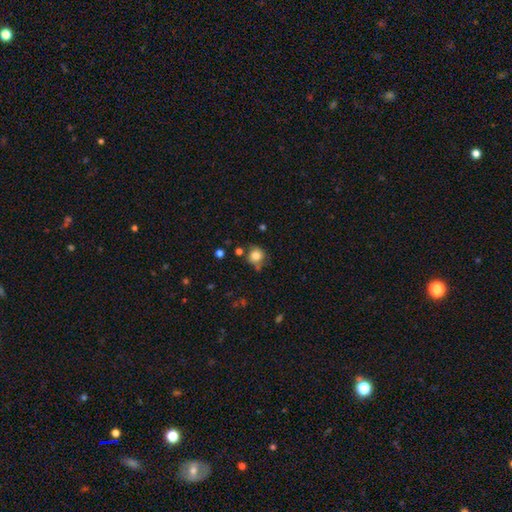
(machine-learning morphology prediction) Smooth or featured: smooth — 81% (star or artifact — 11%)
How rounded: round — 84% (in between — 15%)
Merging: none — 64% (minor disturbance — 21%)